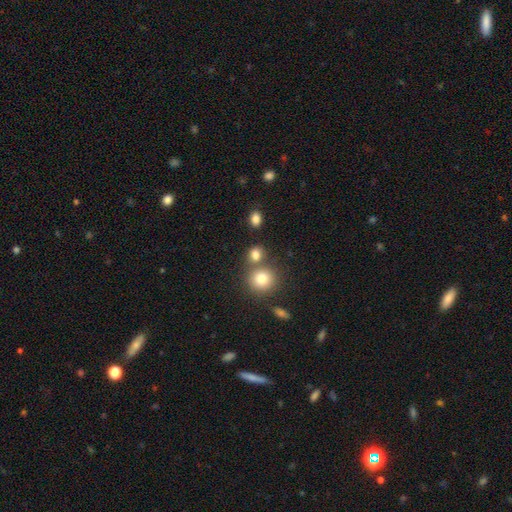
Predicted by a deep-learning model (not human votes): Smooth or featured? smooth (75%)
How rounded? round (84%)
Merging? none (69%)